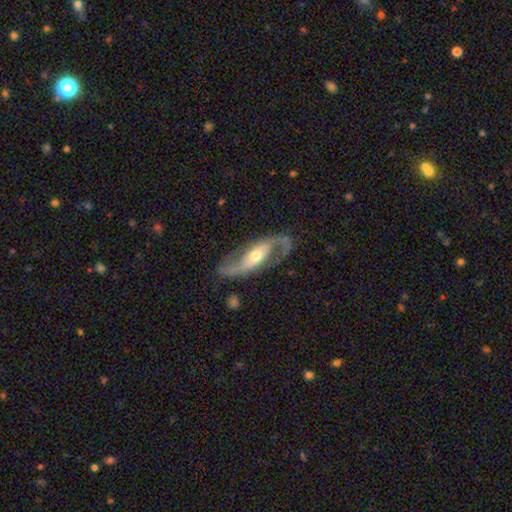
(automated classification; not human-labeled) Smooth or featured? Predicted: featured or disk (p=0.89). Edge-on disk? Predicted: no (p=0.93). Bar? Predicted: no (p=0.39). Spiral arms? Predicted: yes (p=0.96). Spiral winding? Predicted: loose (p=0.54). Spiral arm count? Predicted: 2 (p=0.93). Bulge size? Predicted: moderate (p=0.59). Merging? Predicted: none (p=0.79).